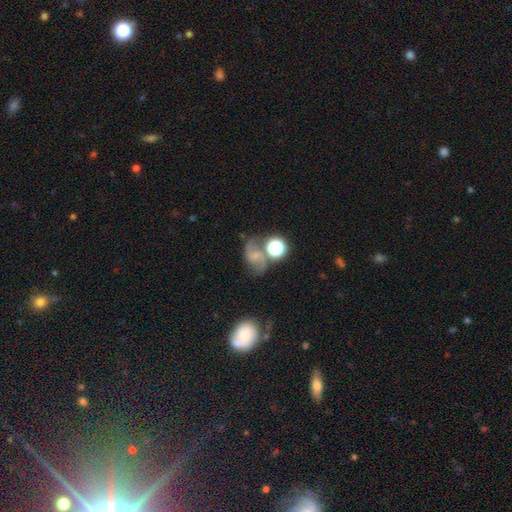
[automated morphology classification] Smooth or featured? featured or disk (62%)
Edge-on disk? no (97%)
Bar? no (49%)
Spiral arms? yes (92%)
Spiral winding? loose (62%)
Spiral arm count? 2 (90%)
Bulge size? small (45%)
Merging? none (52%)